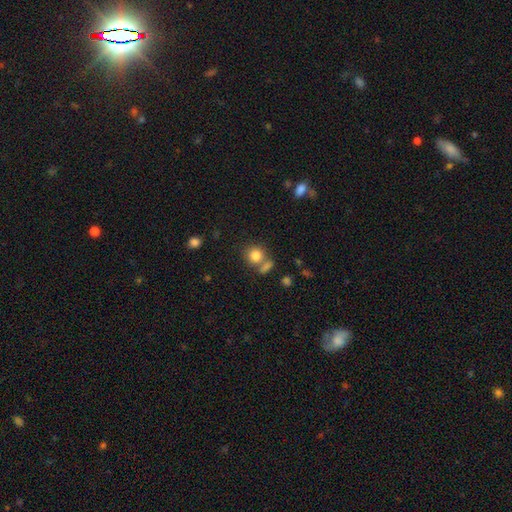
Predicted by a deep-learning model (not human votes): Q: Smooth or featured?
A: smooth (81%); runner-up: star or artifact (11%)
Q: How rounded?
A: round (84%); runner-up: in between (15%)
Q: Merging?
A: none (59%); runner-up: merger (26%)